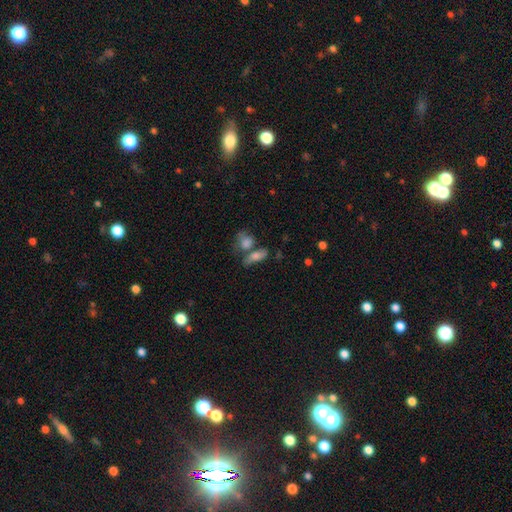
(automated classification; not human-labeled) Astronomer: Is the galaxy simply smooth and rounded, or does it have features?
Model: smooth — 72%.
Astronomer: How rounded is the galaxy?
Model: in between — 62%.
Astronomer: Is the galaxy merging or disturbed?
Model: none — 45% (runner-up: merger, 31%).